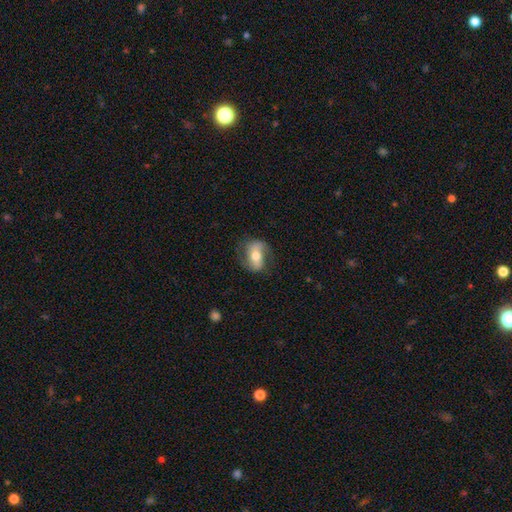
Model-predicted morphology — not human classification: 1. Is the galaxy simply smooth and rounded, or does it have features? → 52% featured or disk, 41% smooth, 7% star or artifact.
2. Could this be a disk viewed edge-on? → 92% no, 8% yes.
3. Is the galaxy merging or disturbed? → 68% none, 20% minor disturbance, 10% major disturbance, 1% merger.